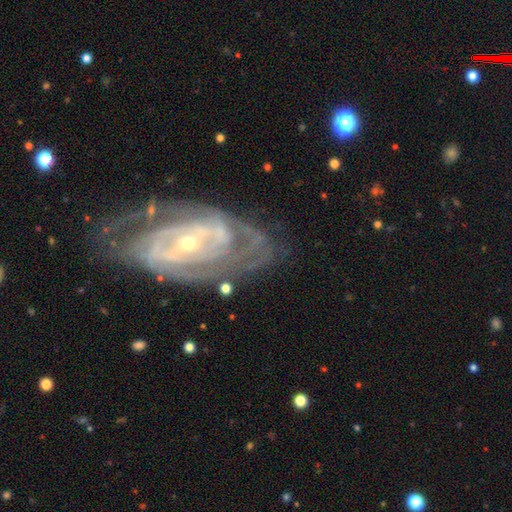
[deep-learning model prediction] Overall: featured or disk (87%). Edge-on disk: no (94%). Bar: no (35%; weak 34%). Spiral arms: yes (92%). Spiral arm count: can't tell (36%; 2 29%). Spiral winding: tight (67%). Bulge size: small (69%). Merging: none (69%).